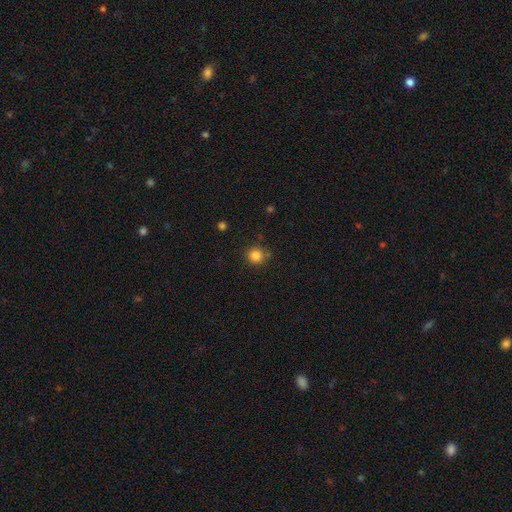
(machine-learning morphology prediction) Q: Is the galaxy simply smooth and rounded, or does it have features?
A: smooth — 84%.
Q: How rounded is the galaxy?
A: round — 92%.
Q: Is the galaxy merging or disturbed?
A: none — 81%.